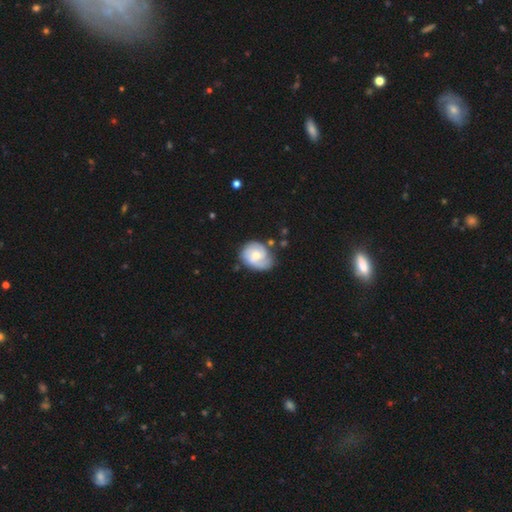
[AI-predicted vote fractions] Q: Smooth or featured?
A: featured or disk (63%); runner-up: smooth (32%)
Q: Edge-on disk?
A: no (97%); runner-up: yes (3%)
Q: Bar?
A: no (59%); runner-up: weak (36%)
Q: Spiral arms?
A: yes (86%); runner-up: no (14%)
Q: Spiral winding?
A: tight (49%); runner-up: medium (36%)
Q: Spiral arm count?
A: 2 (50%); runner-up: can't tell (25%)
Q: Bulge size?
A: moderate (55%); runner-up: small (39%)
Q: Merging?
A: none (62%); runner-up: minor disturbance (26%)